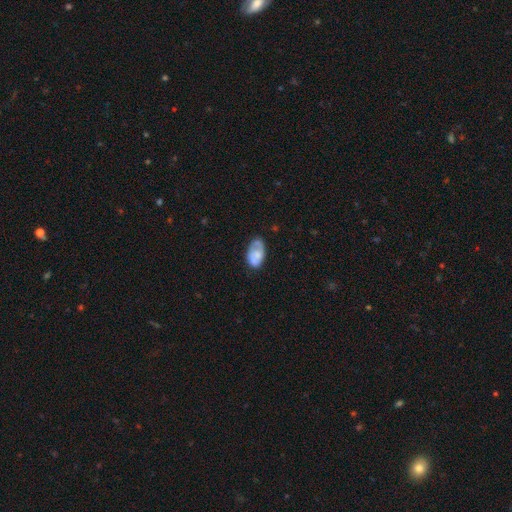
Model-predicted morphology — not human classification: smooth_or_featured: smooth (p=0.56) [alt: featured or disk p=0.36]
how_rounded: in between (p=0.92) [alt: round p=0.06]
merging: none (p=0.55) [alt: minor disturbance p=0.30]